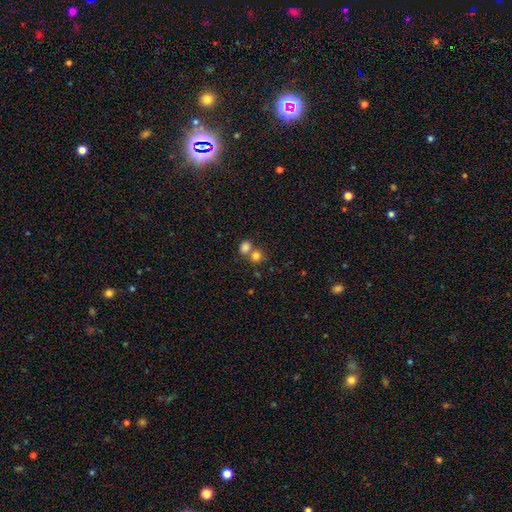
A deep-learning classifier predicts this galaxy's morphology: Q: Smooth or featured?
A: smooth (79%); runner-up: star or artifact (12%)
Q: How rounded?
A: round (75%); runner-up: in between (24%)
Q: Merging?
A: merger (46%); runner-up: none (44%)